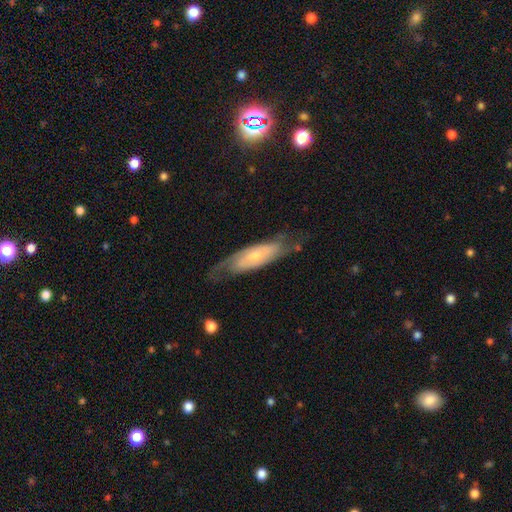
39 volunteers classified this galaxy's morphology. Volunteers were most divided on "bar": weak: 50%, no: 45%, strong: 5%. Remaining: spiral arms — yes (95%); smooth or featured — featured or disk (87%); spiral arm count — 2 (74%); merging — none (70%); edge-on disk — no (59%); bulge size — small (50%); spiral winding — tight (37%).